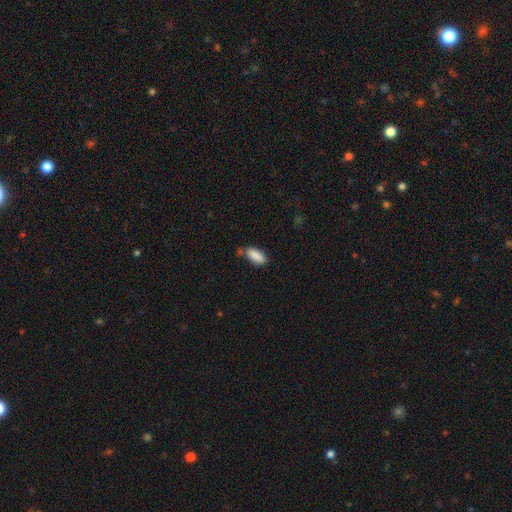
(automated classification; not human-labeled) smooth_or_featured: smooth (p=0.88) [alt: star or artifact p=0.07]
how_rounded: in between (p=0.82) [alt: cigar-shaped p=0.17]
merging: none (p=0.69) [alt: minor disturbance p=0.19]